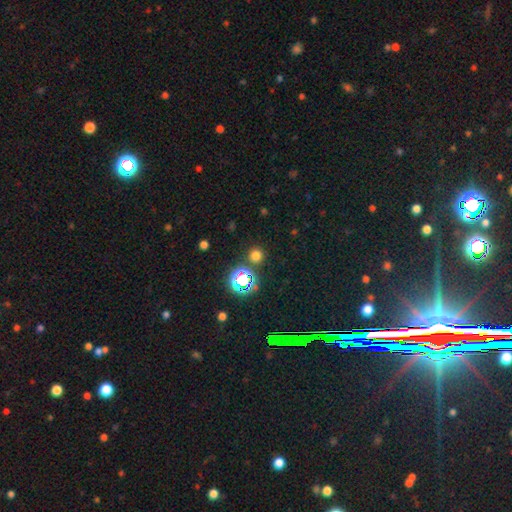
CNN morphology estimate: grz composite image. It shows a smooth galaxy with no disk features (68%) that is round (93%). Merging: none (86%).